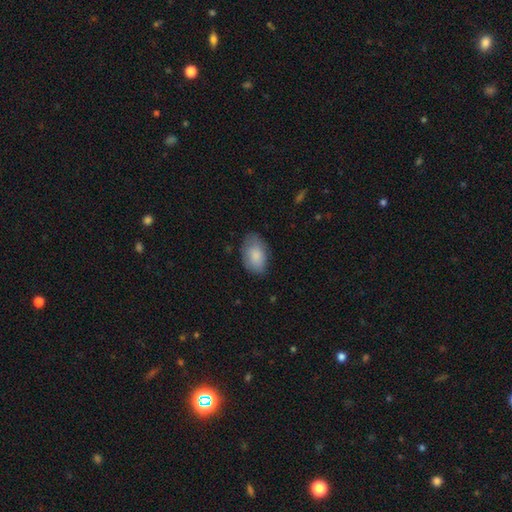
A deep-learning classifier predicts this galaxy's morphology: Smooth or featured? Predicted: smooth (p=0.85). How rounded? Predicted: in between (p=0.91). Merging? Predicted: none (p=0.75).